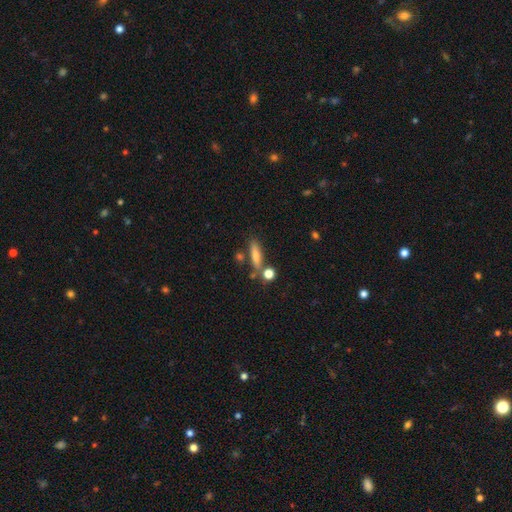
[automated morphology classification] This is likely a smooth galaxy (60%). How rounded: likely cigar-shaped (72%). Merging: likely none (69%).